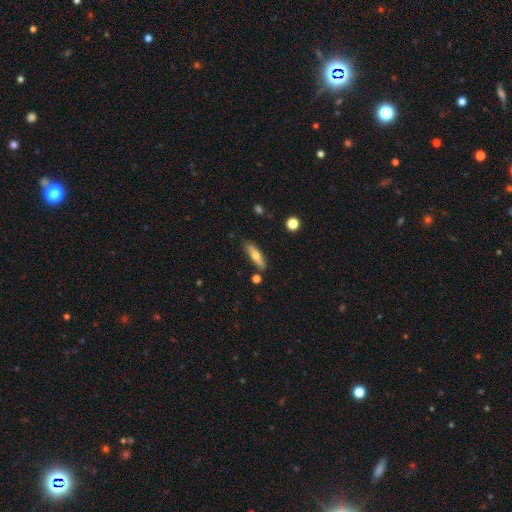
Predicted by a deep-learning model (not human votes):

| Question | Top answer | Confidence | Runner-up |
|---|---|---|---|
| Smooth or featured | smooth | 58% | featured or disk (36%) |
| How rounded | cigar-shaped | 67% | in between (30%) |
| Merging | none | 81% | minor disturbance (13%) |